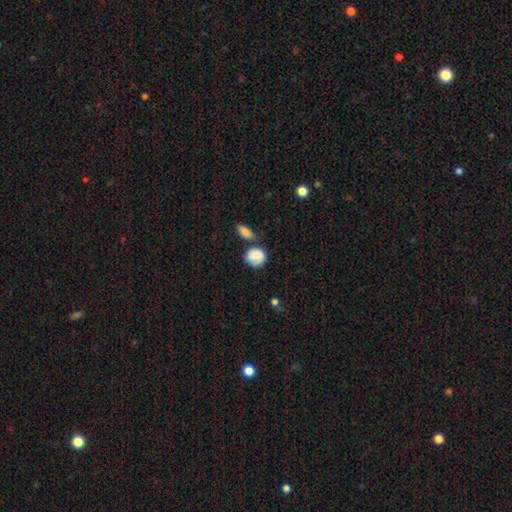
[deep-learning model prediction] smooth_or_featured: smooth (p=0.80) [alt: featured or disk p=0.13]
how_rounded: round (p=0.71) [alt: in between p=0.28]
merging: none (p=0.53) [alt: minor disturbance p=0.21]